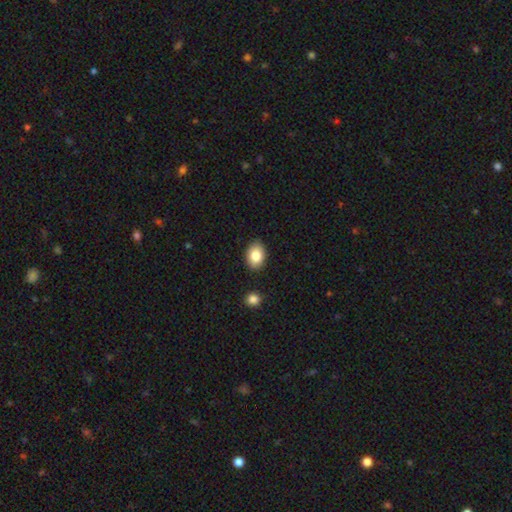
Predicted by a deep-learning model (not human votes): Smooth or featured? smooth (84%)
How rounded? in between (78%)
Merging? none (87%)